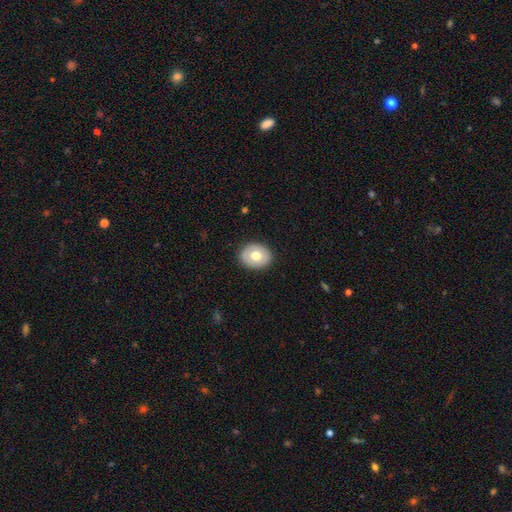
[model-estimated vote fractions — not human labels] Overall: smooth (62%; featured or disk 31%). How rounded: round (55%; in between 44%). Merging: none (88%).